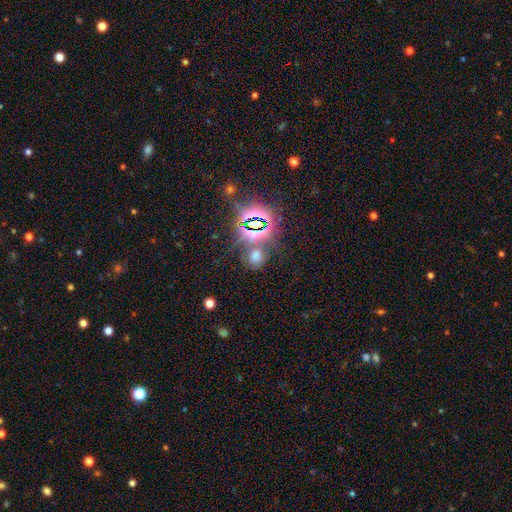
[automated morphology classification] smooth_or_featured: star or artifact (p=0.47) [alt: smooth p=0.44]